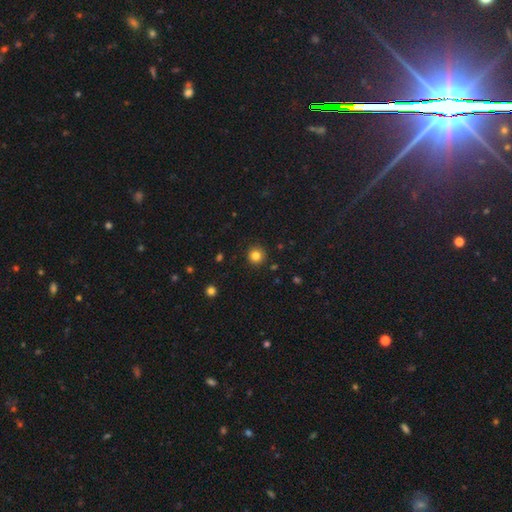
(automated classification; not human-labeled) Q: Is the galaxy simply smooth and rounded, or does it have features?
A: smooth — 83%.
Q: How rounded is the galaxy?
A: round — 95%.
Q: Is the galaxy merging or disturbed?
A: none — 92%.